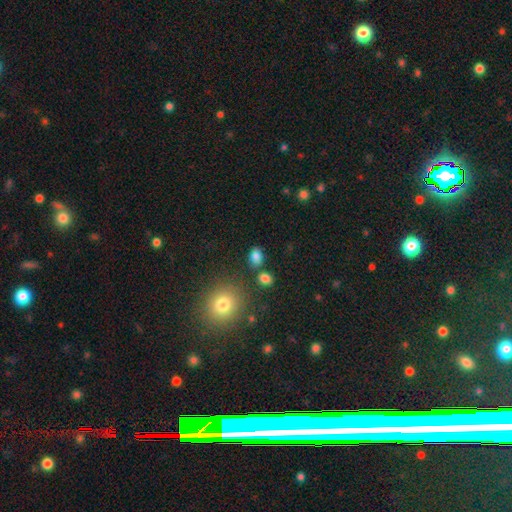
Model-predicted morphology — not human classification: A smooth galaxy with no disk features (82%) that is in between round and cigar-shaped (77%). Merging: none (73%).